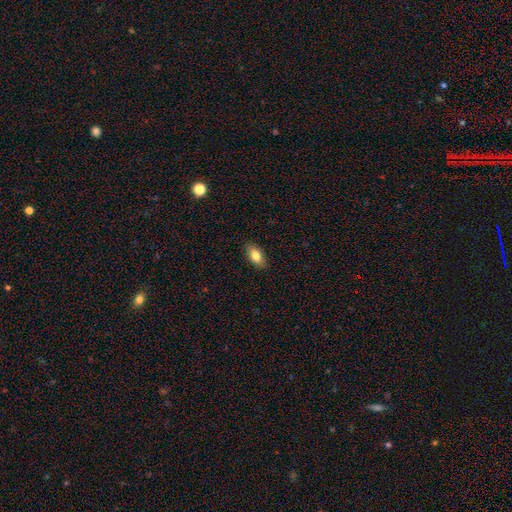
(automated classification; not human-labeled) Smooth or featured? smooth (81%)
How rounded? in between (90%)
Merging? none (88%)